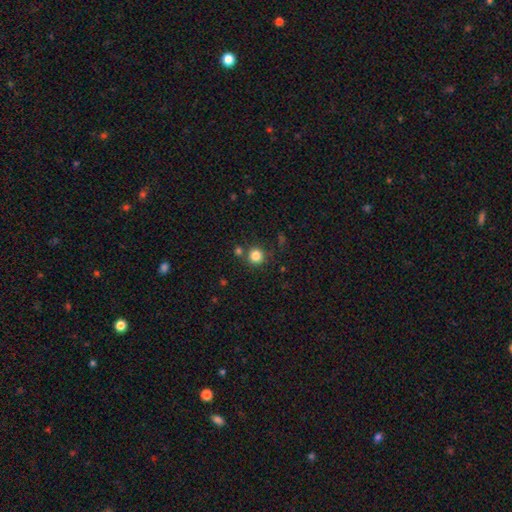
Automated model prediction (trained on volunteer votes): smooth_or_featured: smooth (p=0.84) [alt: star or artifact p=0.12]
how_rounded: round (p=0.93) [alt: in between p=0.06]
merging: none (p=0.79) [alt: merger p=0.10]